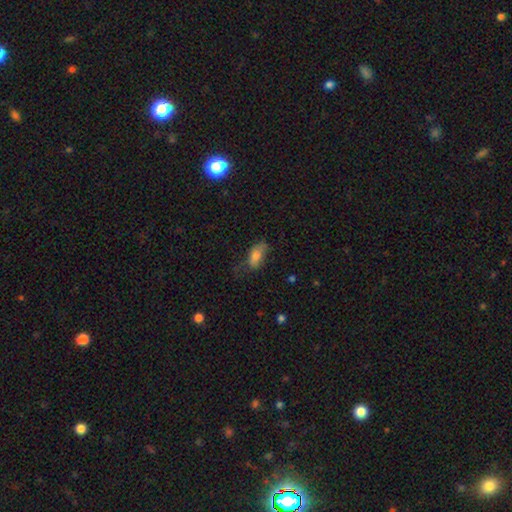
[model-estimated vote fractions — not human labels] This is likely a smooth galaxy (74%). How rounded: clearly in between (87%). Merging: marginally none (44%).